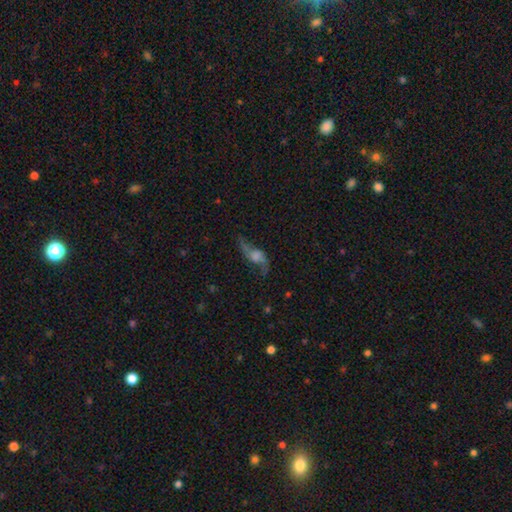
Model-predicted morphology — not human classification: The model was most divided on "bulge size": none: 27%, moderate: 26%, large: 22%, small: 20%, dominant: 5%. More confident: spiral arm count — 2 (91%); spiral arms — yes (91%); spiral winding — loose (88%); edge-on disk — no (85%); smooth or featured — featured or disk (74%); merging — none (66%); bar — no (58%).